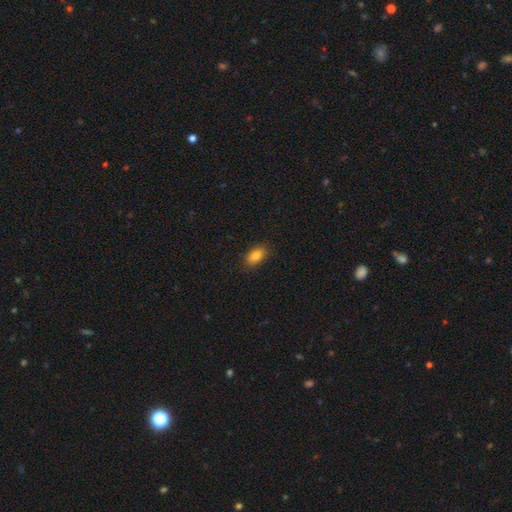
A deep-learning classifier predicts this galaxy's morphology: smooth 84%, star or artifact 9%, featured or disk 8%. Down the decision tree: how rounded — in between (90%); merging — none (86%).